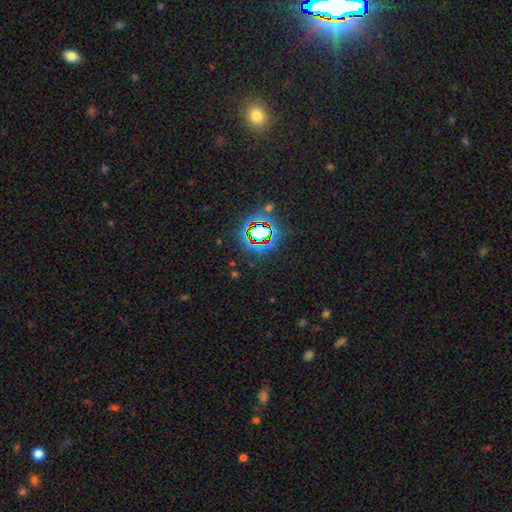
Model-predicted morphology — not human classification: type=star or artifact (77%).